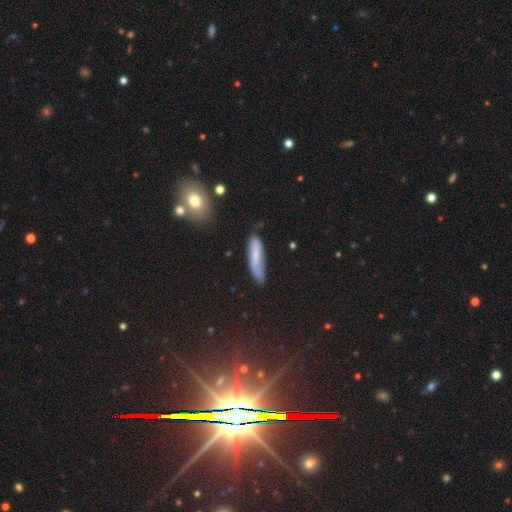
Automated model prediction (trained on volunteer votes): This is likely a smooth galaxy (66%). How rounded: likely cigar-shaped (70%). Merging: likely none (64%).